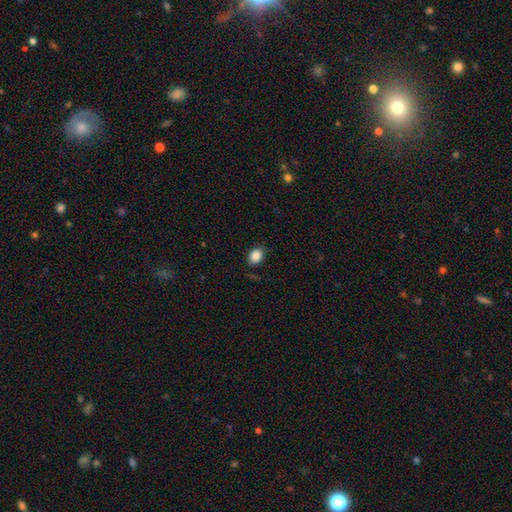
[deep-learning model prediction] The model was most divided on "how rounded": in between: 70%, round: 29%, cigar-shaped: 1%. More confident: smooth or featured — smooth (87%); merging — none (83%).